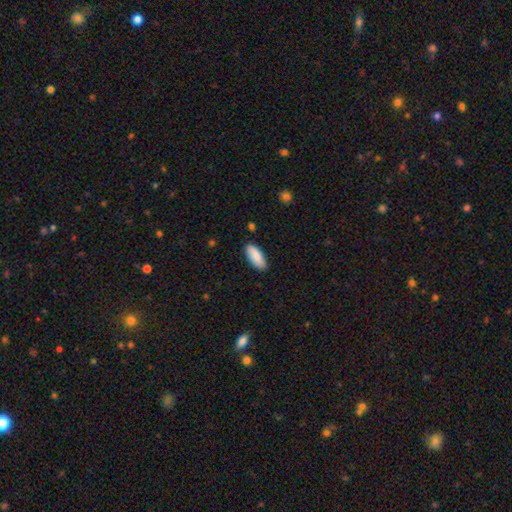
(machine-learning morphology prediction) Smooth or featured? smooth (88%)
How rounded? in between (83%)
Merging? none (86%)